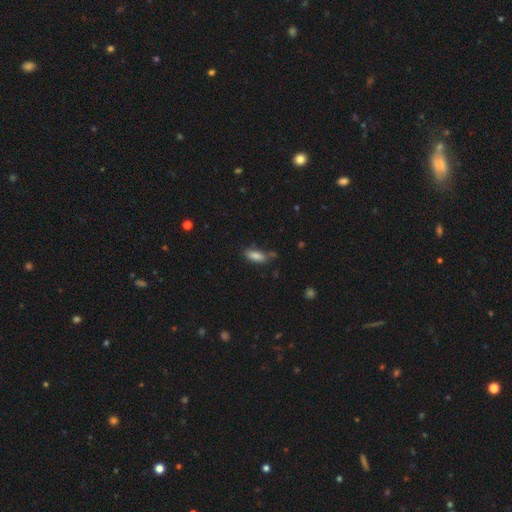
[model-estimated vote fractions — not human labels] The model was most divided on "how rounded": in between: 72%, cigar-shaped: 26%, round: 2%. More confident: smooth or featured — smooth (83%); merging — none (68%).